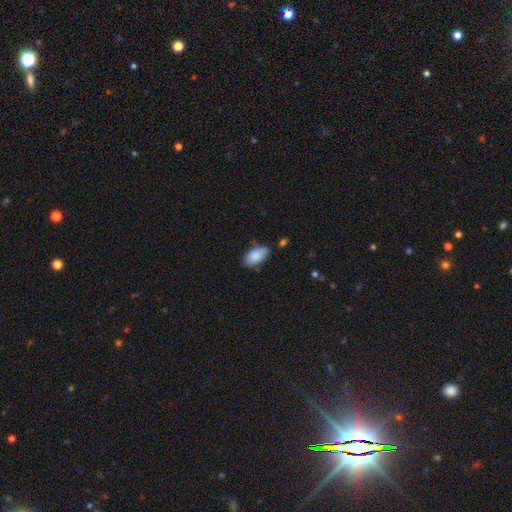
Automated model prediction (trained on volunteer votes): smooth-or-featured: smooth: 86% | featured or disk: 7% | star or artifact: 7%
  how-rounded: in between: 93% | round: 4% | cigar-shaped: 3%
  merging: none: 67% | minor disturbance: 25% | major disturbance: 4% | merger: 4%